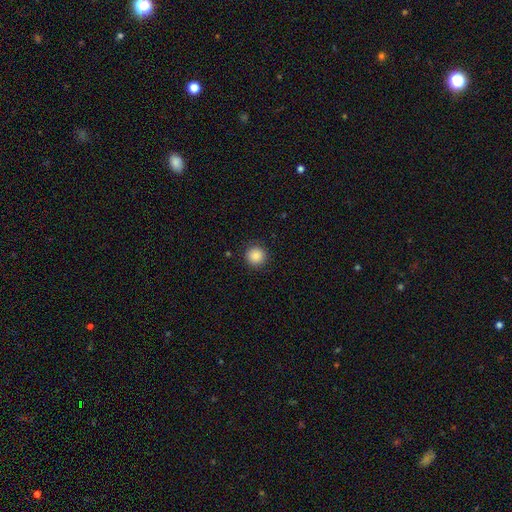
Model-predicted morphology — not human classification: Smooth or featured?
  - smooth: 87% *
  - star or artifact: 10%
  - featured or disk: 4%
How rounded?
  - round: 94% *
  - in between: 5%
  - cigar-shaped: 1%
Merging?
  - none: 91% *
  - minor disturbance: 6%
  - major disturbance: 2%
  - merger: 1%